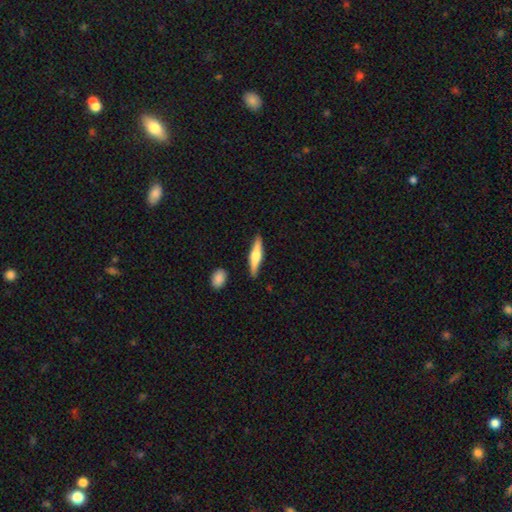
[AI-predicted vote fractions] Q: Smooth or featured?
A: featured or disk (49%); runner-up: smooth (45%)
Q: Merging?
A: none (86%); runner-up: minor disturbance (10%)